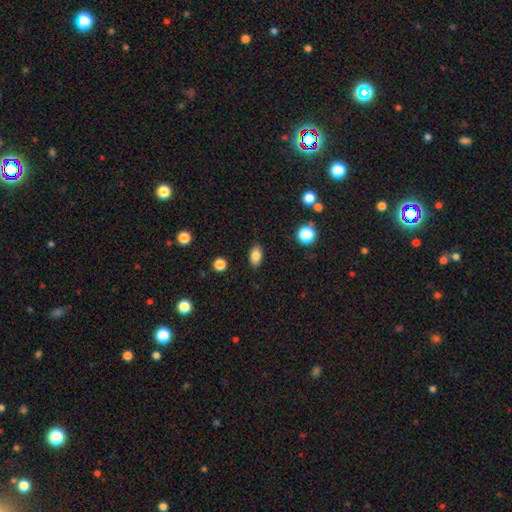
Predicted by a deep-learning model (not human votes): This is clearly a smooth galaxy (84%). How rounded: clearly in between (85%). Merging: clearly none (87%).